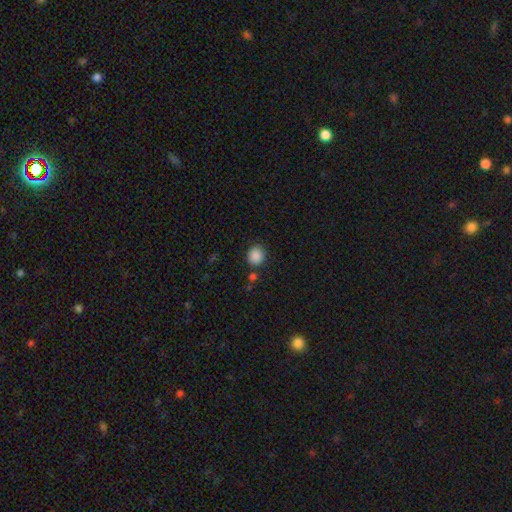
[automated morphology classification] This is clearly a smooth galaxy (88%). How rounded: clearly round (87%). Merging: clearly none (82%).